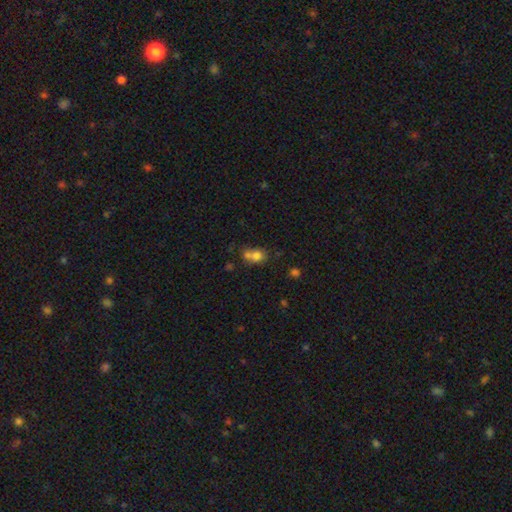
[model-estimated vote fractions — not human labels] The model was most divided on "merging": merger: 54%, none: 33%, minor disturbance: 9%, major disturbance: 4%. More confident: smooth or featured — smooth (74%); how rounded — round (62%).